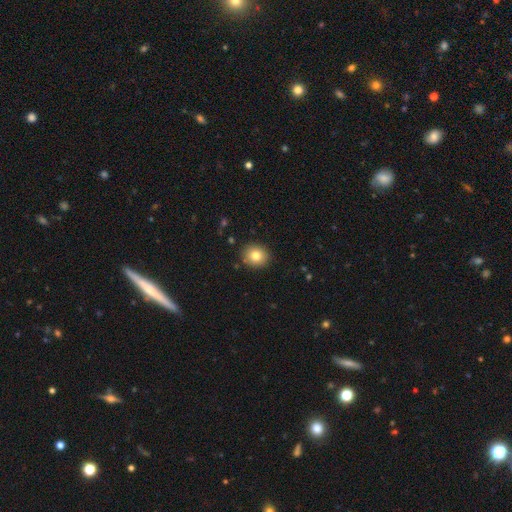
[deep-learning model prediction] Smooth or featured? Predicted: smooth (p=0.81). How rounded? Predicted: round (p=0.82). Merging? Predicted: none (p=0.90).